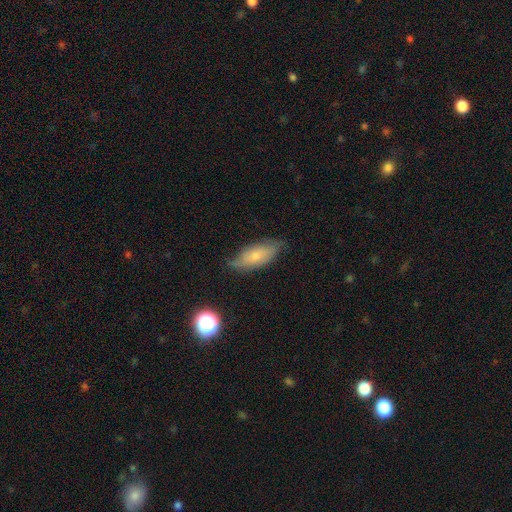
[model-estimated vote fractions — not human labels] Smooth or featured? Predicted: smooth (p=0.63). How rounded? Predicted: in between (p=0.78). Merging? Predicted: none (p=0.63).